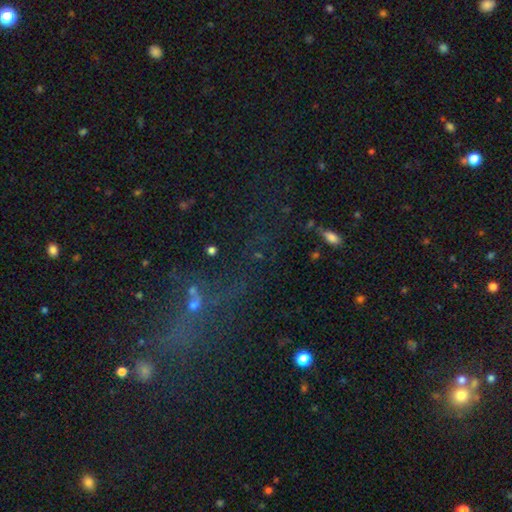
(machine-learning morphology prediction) A star or artifact, not a galaxy (53%).

Vote fractions:
- Smooth or featured? star or artifact: 53% / smooth: 25% / featured or disk: 21%